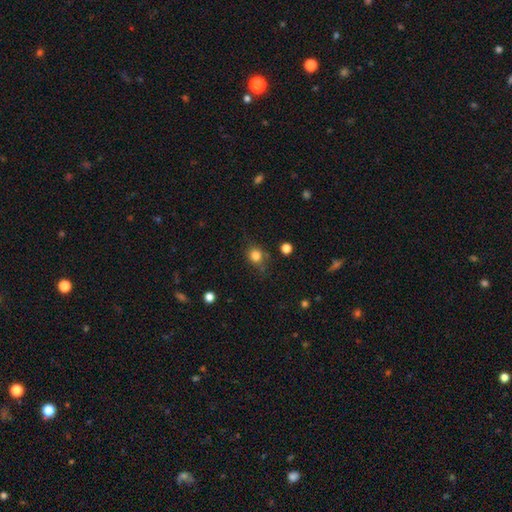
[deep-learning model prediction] Morphology: type=smooth (82%); roundness=round (72%); merging=none (70%).